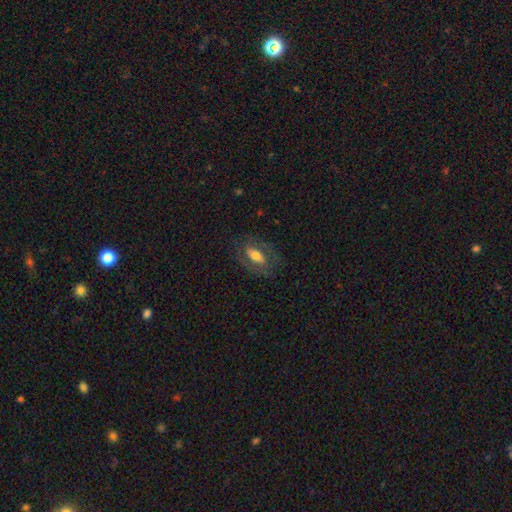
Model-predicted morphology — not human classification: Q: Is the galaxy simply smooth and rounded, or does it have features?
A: smooth — 48%.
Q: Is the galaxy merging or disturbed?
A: none — 71%.